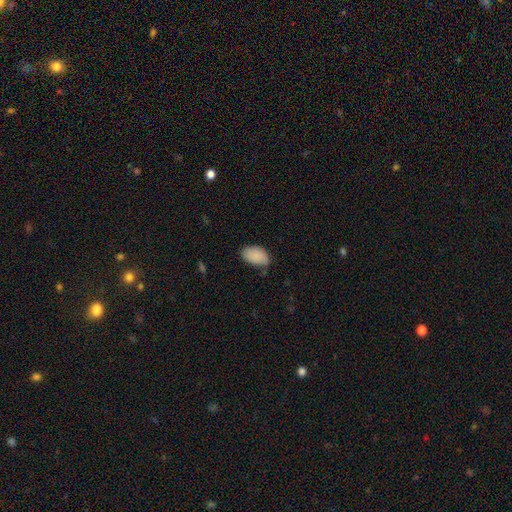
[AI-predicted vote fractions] Smooth or featured: smooth — 87% (star or artifact — 7%)
How rounded: in between — 92% (round — 6%)
Merging: none — 57% (minor disturbance — 34%)